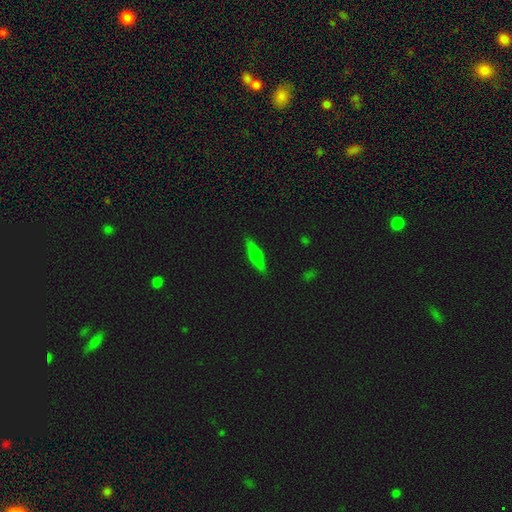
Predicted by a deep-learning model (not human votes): Overall: smooth (49%; featured or disk 44%). Merging: none (89%).